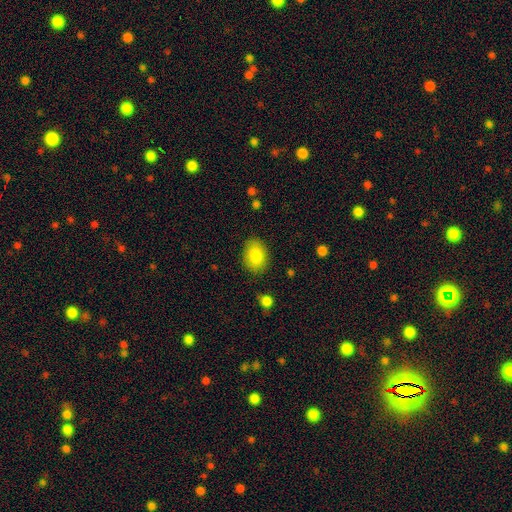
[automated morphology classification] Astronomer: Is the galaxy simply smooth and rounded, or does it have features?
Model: smooth — 85%.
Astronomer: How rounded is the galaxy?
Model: in between — 78%.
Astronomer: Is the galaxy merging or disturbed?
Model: none — 84%.